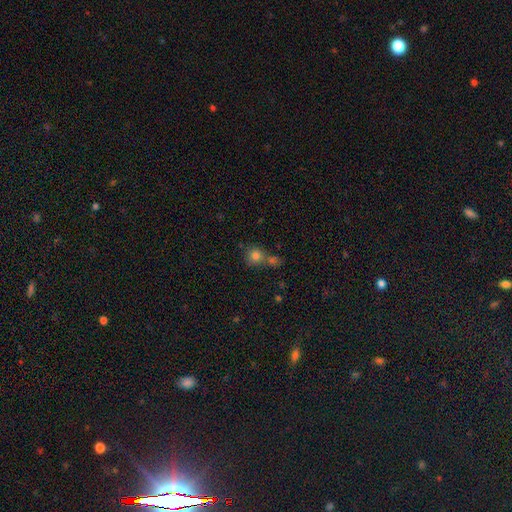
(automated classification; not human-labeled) A smooth galaxy with no disk features (79%) that is round (87%). Merging: none (51%).